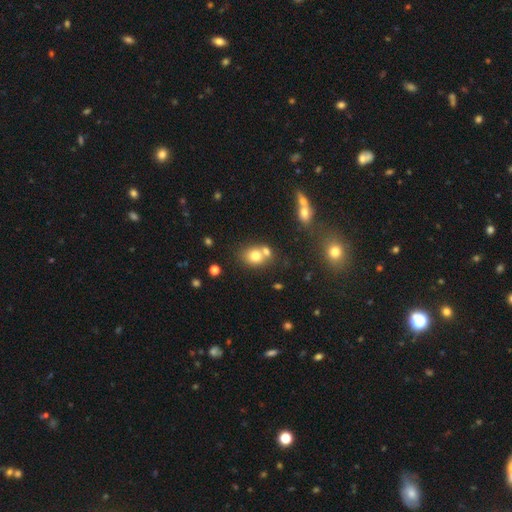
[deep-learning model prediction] Smooth or featured: smooth — 76% (featured or disk — 13%)
How rounded: round — 55% (in between — 44%)
Merging: none — 47% (merger — 39%)